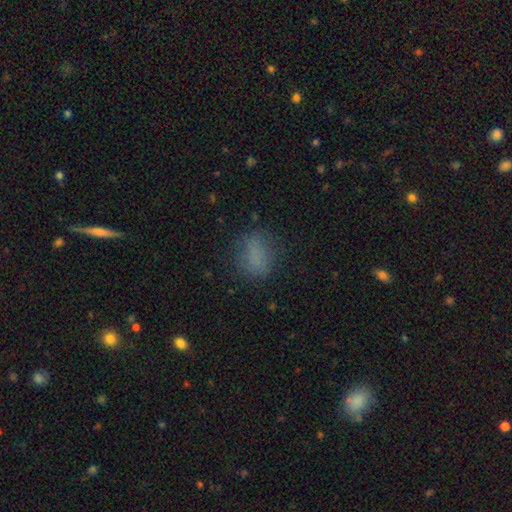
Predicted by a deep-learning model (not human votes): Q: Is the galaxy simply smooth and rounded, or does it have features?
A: smooth — 78%.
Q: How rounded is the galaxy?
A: in between — 70%.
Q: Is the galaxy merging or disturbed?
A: none — 75%.